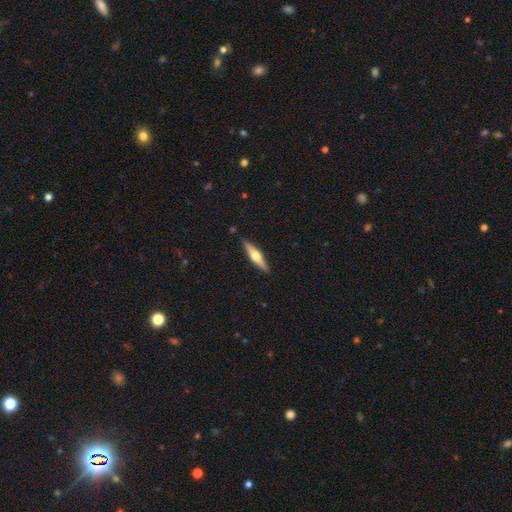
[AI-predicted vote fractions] Morphology: type=featured or disk (62%); edge-on=yes (96%); edge-on bulge=rounded (94%); merging=none (89%).